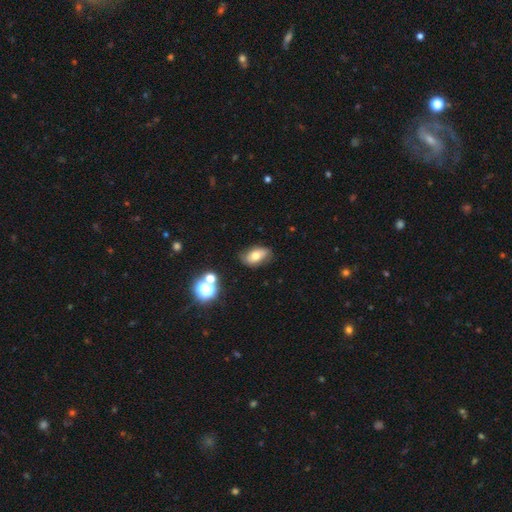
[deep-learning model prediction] Smooth or featured?
  - smooth: 65% *
  - featured or disk: 24%
  - star or artifact: 11%
How rounded?
  - in between: 88% *
  - round: 9%
  - cigar-shaped: 3%
Merging?
  - none: 76% *
  - minor disturbance: 17%
  - major disturbance: 4%
  - merger: 3%